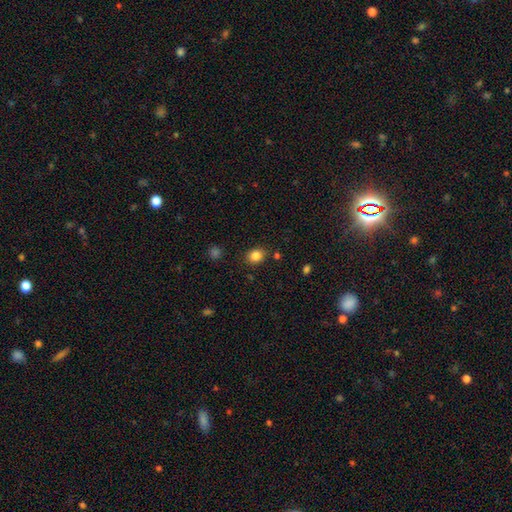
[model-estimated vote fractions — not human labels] smooth-or-featured: smooth: 84% | star or artifact: 11% | featured or disk: 5%
  how-rounded: round: 57% | in between: 42% | cigar-shaped: 1%
  merging: none: 85% | minor disturbance: 10% | merger: 3% | major disturbance: 3%